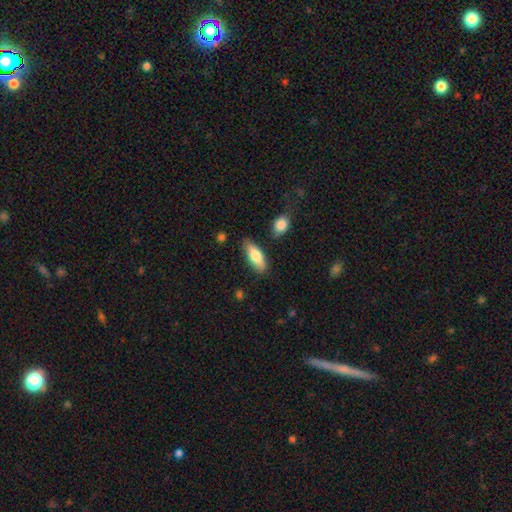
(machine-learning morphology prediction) Smooth or featured? smooth (76%)
How rounded? in between (73%)
Merging? none (80%)